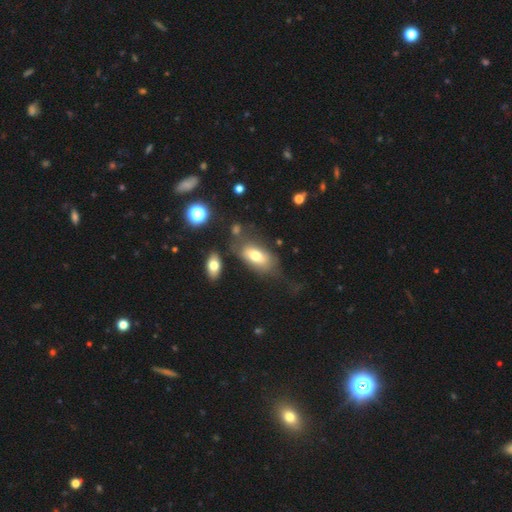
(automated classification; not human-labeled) A smooth galaxy with no disk features (70%) that is in between round and cigar-shaped (90%). Merging: none (50%).